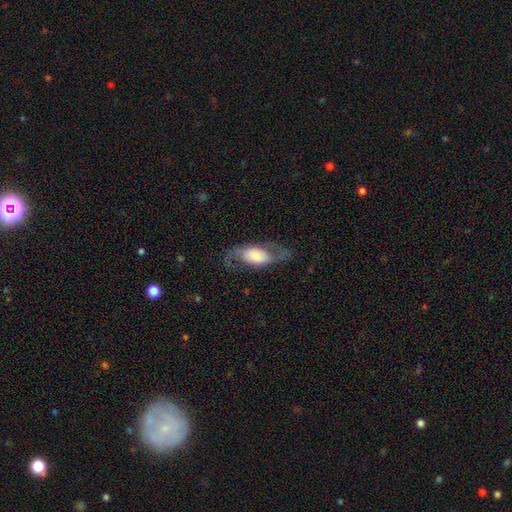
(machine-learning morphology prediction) smooth-or-featured: featured or disk: 58% | smooth: 35% | star or artifact: 7%
  disk-edge-on: no: 84% | yes: 16%
  merging: none: 67% | minor disturbance: 17% | major disturbance: 15% | merger: 1%